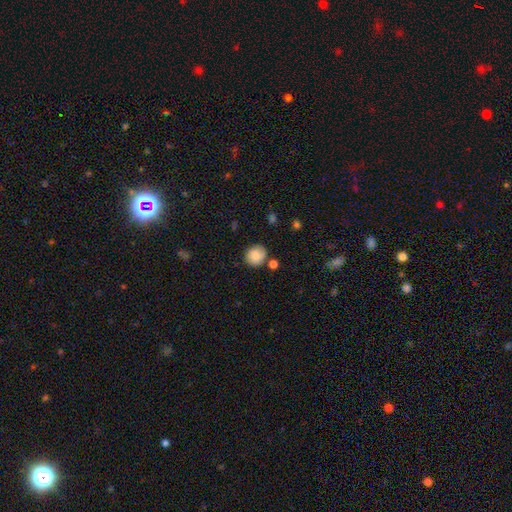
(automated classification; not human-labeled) smooth_or_featured: smooth (p=0.79) [alt: featured or disk p=0.12]
how_rounded: round (p=0.82) [alt: in between p=0.17]
merging: none (p=0.72) [alt: minor disturbance p=0.16]